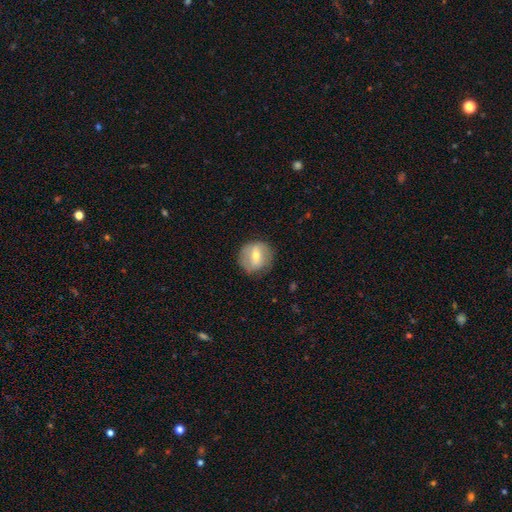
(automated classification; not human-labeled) This is possibly a featured or disk galaxy (48%). Merging: clearly none (80%).